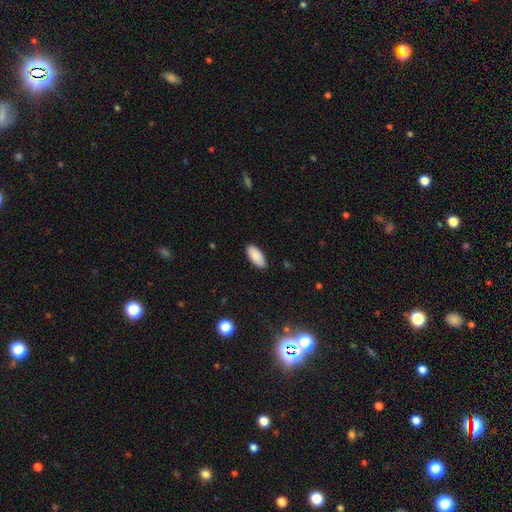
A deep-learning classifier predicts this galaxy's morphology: smooth 89%, star or artifact 6%, featured or disk 4%. Down the decision tree: how rounded — in between (91%); merging — none (88%).